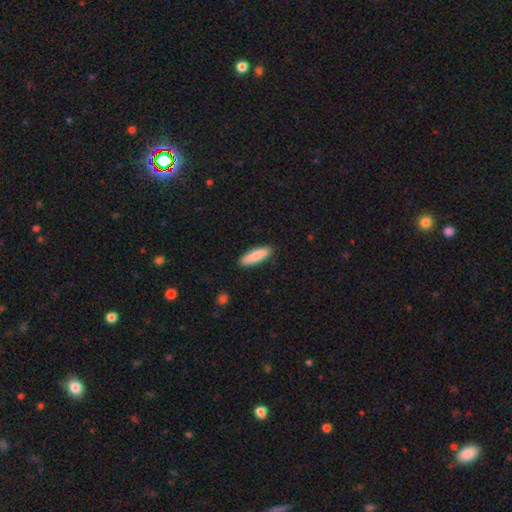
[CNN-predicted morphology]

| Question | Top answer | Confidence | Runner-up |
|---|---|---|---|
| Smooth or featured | smooth | 86% | featured or disk (9%) |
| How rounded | cigar-shaped | 54% | in between (45%) |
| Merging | none | 90% | minor disturbance (8%) |